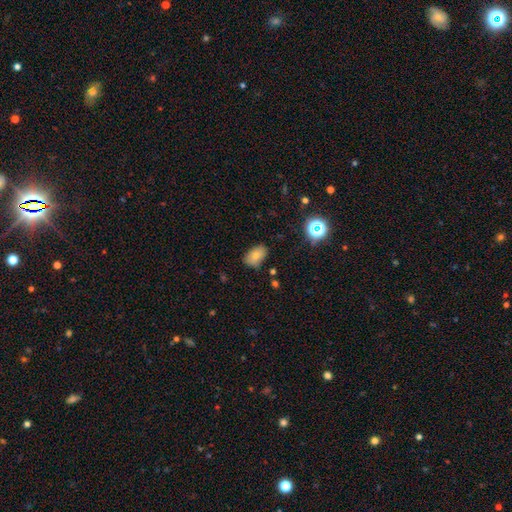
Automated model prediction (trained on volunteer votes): A smooth galaxy with no disk features (76%) that is in between round and cigar-shaped (88%). Merging: none (79%).